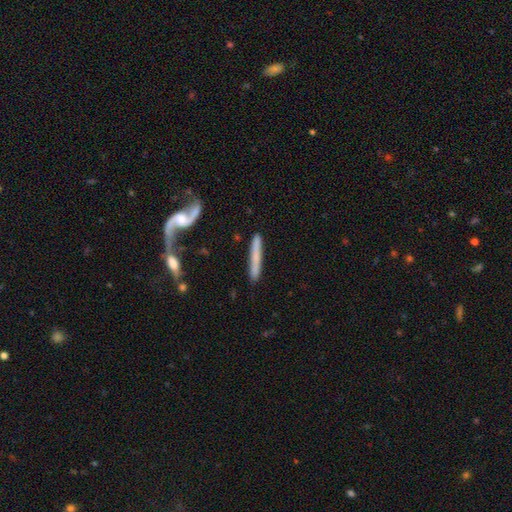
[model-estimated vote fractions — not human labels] This is possibly a smooth galaxy (50%). How rounded: clearly cigar-shaped (94%). Merging: likely none (76%).